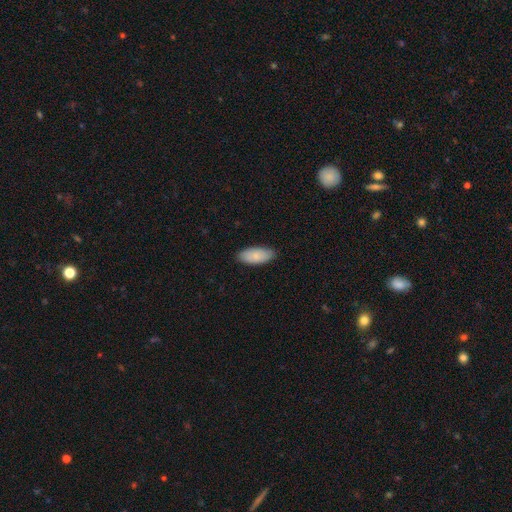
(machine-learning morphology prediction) Smooth or featured? smooth (84%)
How rounded? in between (89%)
Merging? none (86%)